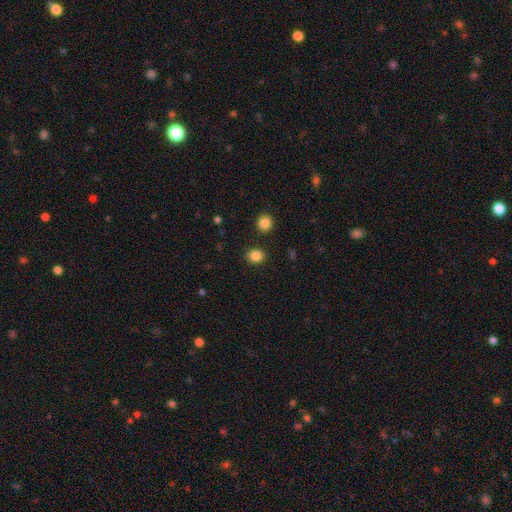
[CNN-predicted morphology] A smooth galaxy with no disk features (85%) that is round (70%).

Vote fractions:
- Smooth or featured? smooth: 85% / star or artifact: 11% / featured or disk: 4%
- How rounded? round: 70% / in between: 29% / cigar-shaped: 1%
- Merging? none: 88% / minor disturbance: 7% / merger: 3% / major disturbance: 2%